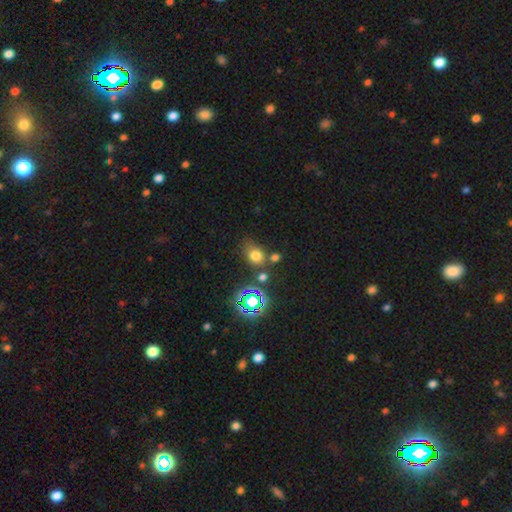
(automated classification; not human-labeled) The model was most divided on "how rounded": in between: 53%, round: 45%, cigar-shaped: 2%. More confident: smooth or featured — smooth (68%); merging — none (61%).